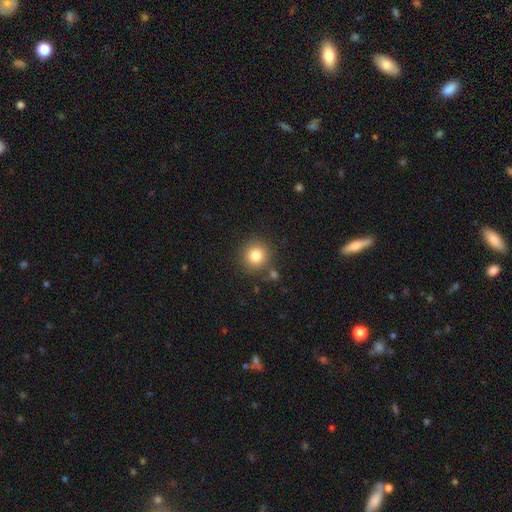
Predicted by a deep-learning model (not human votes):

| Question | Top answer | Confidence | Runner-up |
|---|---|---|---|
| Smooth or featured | smooth | 81% | star or artifact (11%) |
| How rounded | round | 93% | in between (6%) |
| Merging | none | 83% | minor disturbance (9%) |